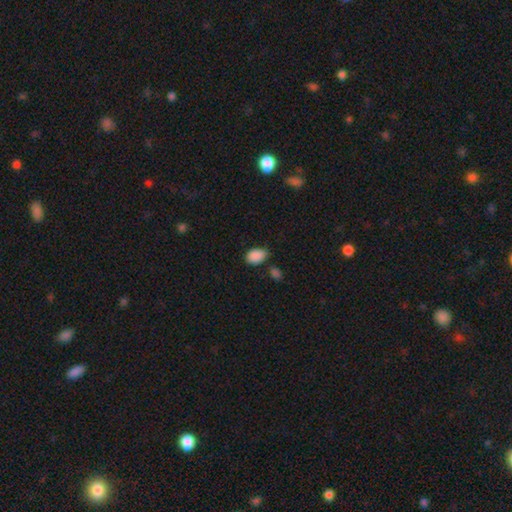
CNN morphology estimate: The model was most divided on "merging": none: 70%, minor disturbance: 21%, merger: 5%, major disturbance: 4%. More confident: smooth or featured — smooth (89%); how rounded — in between (86%).